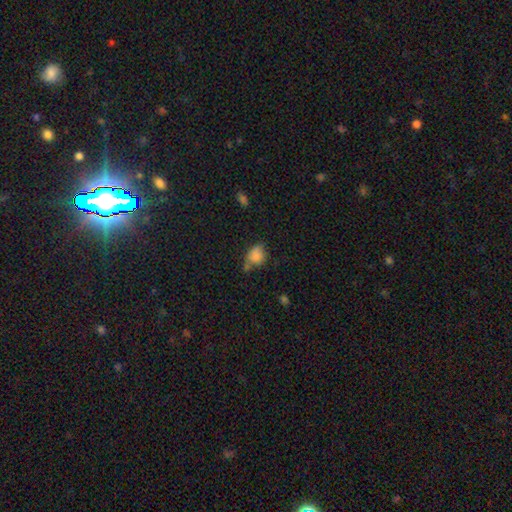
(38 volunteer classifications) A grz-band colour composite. It shows a smooth galaxy with no disk features (89%) that is in between round and cigar-shaped (56%). Merging: minor disturbance (47%).